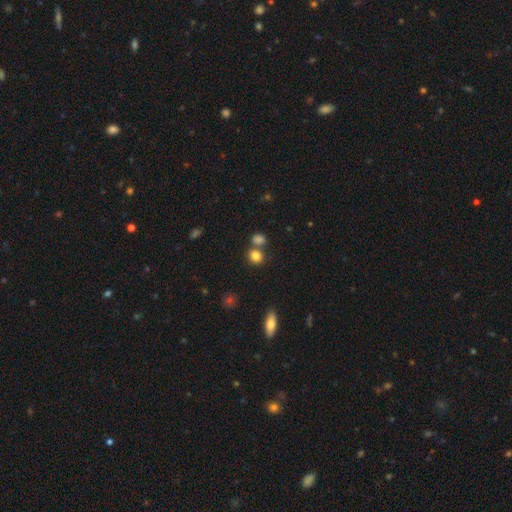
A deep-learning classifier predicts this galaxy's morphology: Overall: smooth (83%). How rounded: round (65%; in between 34%). Merging: none (58%; merger 29%).